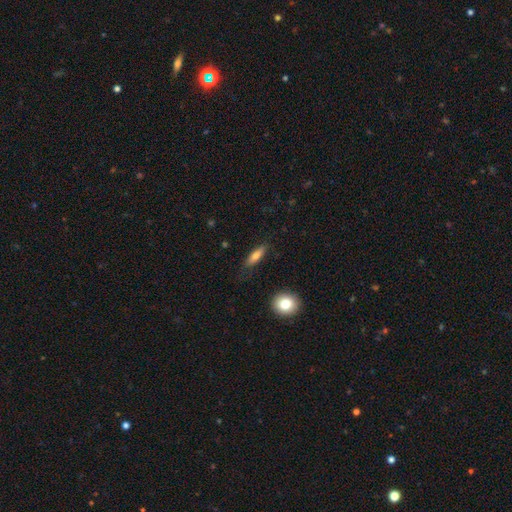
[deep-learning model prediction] smooth-or-featured: smooth: 73% | featured or disk: 20% | star or artifact: 7%
  how-rounded: cigar-shaped: 54% | in between: 42% | round: 4%
  merging: none: 82% | minor disturbance: 13% | major disturbance: 3% | merger: 2%